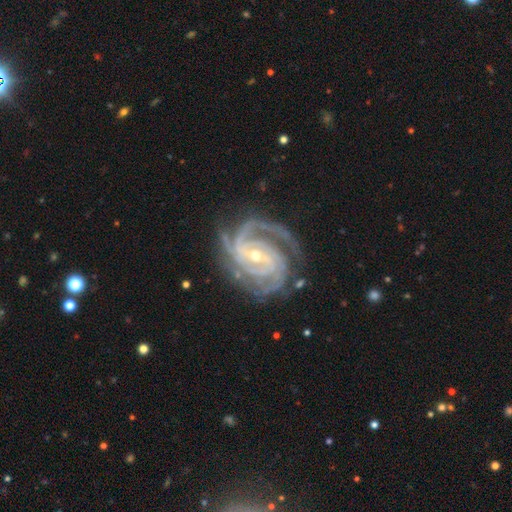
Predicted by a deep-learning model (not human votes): smooth_or_featured: featured or disk (p=0.94) [alt: star or artifact p=0.04]
disk_edge_on: no (p=0.98) [alt: yes p=0.02]
bar: weak (p=0.43) [alt: strong p=0.32]
has_spiral_arms: yes (p=0.99) [alt: no p=0.01]
spiral_winding: tight (p=0.69) [alt: medium p=0.28]
spiral_arm_count: 3 (p=0.37) [alt: 4 p=0.26]
bulge_size: small (p=0.59) [alt: moderate p=0.38]
merging: none (p=0.74) [alt: minor disturbance p=0.18]